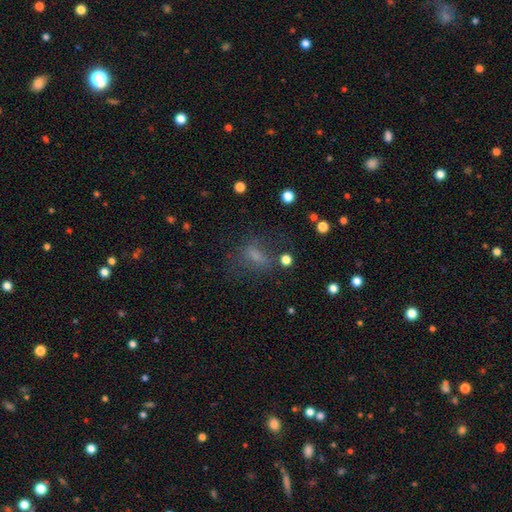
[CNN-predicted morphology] This appears to be a smooth galaxy with no disk features (62%) that is in between round and cigar-shaped (68%). Merging: none (55%).